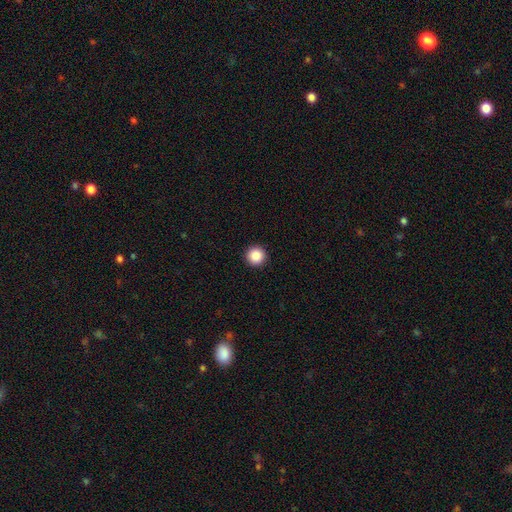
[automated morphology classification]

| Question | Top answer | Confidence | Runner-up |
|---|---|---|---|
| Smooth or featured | smooth | 88% | star or artifact (9%) |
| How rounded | round | 97% | in between (2%) |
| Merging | none | 94% | minor disturbance (4%) |